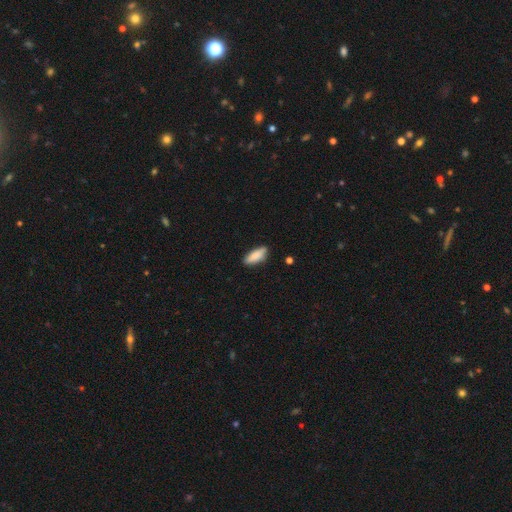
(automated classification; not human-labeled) Morphology: type=smooth (86%); roundness=in between (73%); merging=none (81%).